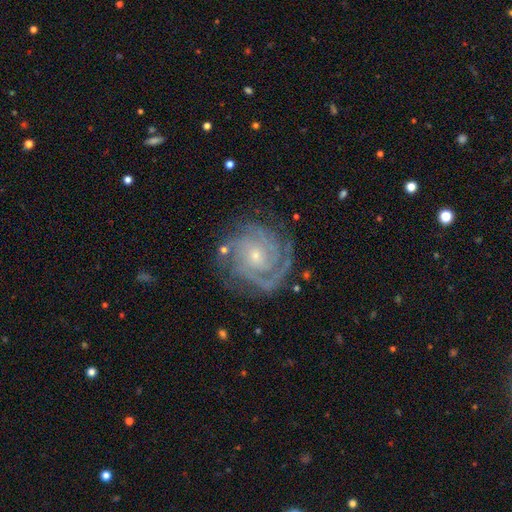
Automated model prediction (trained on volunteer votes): Smooth or featured? featured or disk (89%)
Edge-on disk? no (98%)
Bar? no (69%)
Spiral arms? yes (98%)
Spiral winding? tight (77%)
Spiral arm count? 3 (32%)
Bulge size? small (65%)
Merging? none (78%)